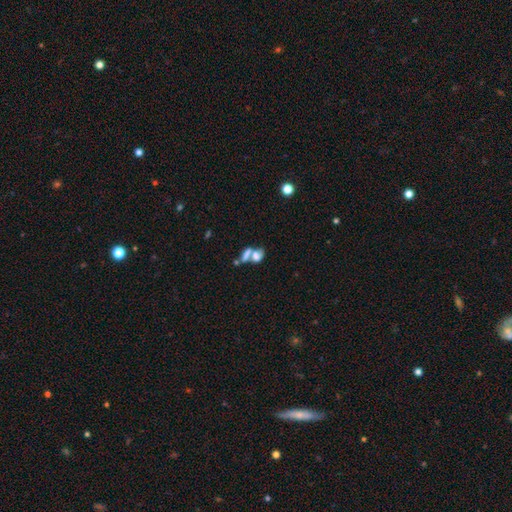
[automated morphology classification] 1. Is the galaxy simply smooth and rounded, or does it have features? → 58% smooth, 27% featured or disk, 15% star or artifact.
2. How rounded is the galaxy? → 71% in between, 21% round, 8% cigar-shaped.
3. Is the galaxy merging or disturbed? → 61% merger, 23% none, 8% major disturbance, 8% minor disturbance.